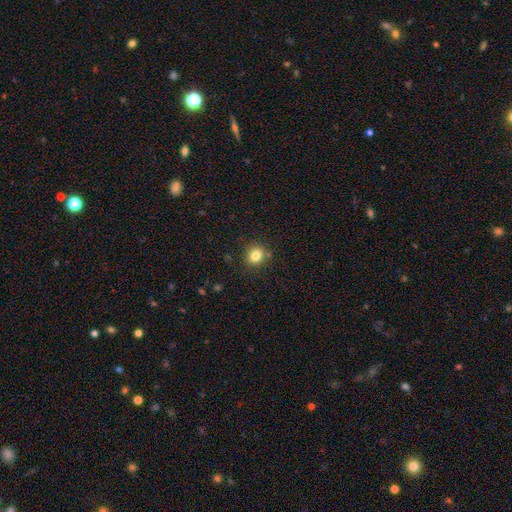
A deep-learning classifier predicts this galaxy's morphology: Smooth or featured? Predicted: smooth (p=0.82). How rounded? Predicted: round (p=0.82). Merging? Predicted: none (p=0.84).